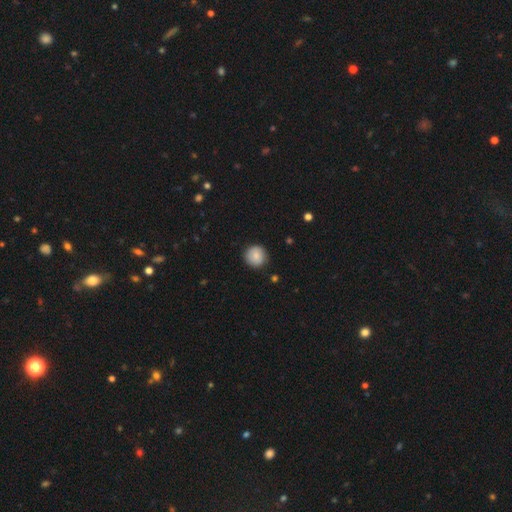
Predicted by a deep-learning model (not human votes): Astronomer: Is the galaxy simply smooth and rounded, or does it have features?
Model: smooth — 83%.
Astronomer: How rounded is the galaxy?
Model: round — 93%.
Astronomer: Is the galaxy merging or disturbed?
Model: none — 87%.